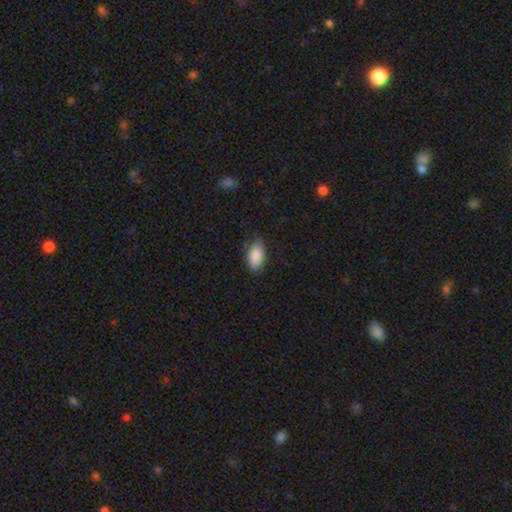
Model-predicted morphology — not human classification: Q: Smooth or featured?
A: smooth (89%); runner-up: star or artifact (7%)
Q: How rounded?
A: in between (92%); runner-up: cigar-shaped (5%)
Q: Merging?
A: none (79%); runner-up: minor disturbance (17%)